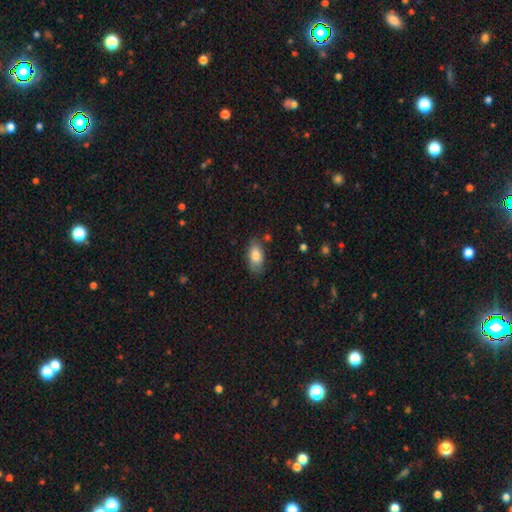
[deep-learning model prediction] Smooth or featured?
  - smooth: 82% *
  - featured or disk: 10%
  - star or artifact: 7%
How rounded?
  - in between: 91% *
  - round: 5%
  - cigar-shaped: 4%
Merging?
  - none: 77% *
  - minor disturbance: 17%
  - major disturbance: 4%
  - merger: 3%